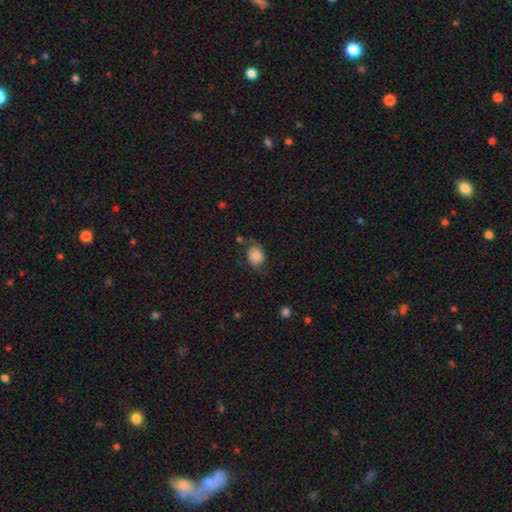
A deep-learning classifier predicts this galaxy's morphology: This is clearly a smooth galaxy (83%). How rounded: possibly round (55%). Merging: likely none (67%).